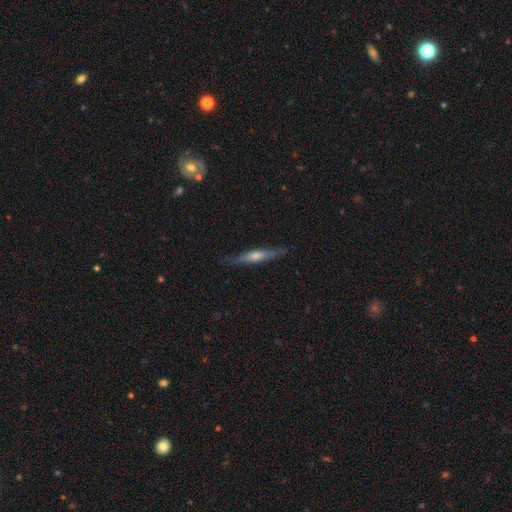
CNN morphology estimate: Smooth or featured: featured or disk — 57% (smooth — 37%)
Edge-on disk: yes — 92% (no — 8%)
Edge-on bulge: rounded — 66% (none — 22%)
Merging: none — 83% (minor disturbance — 13%)